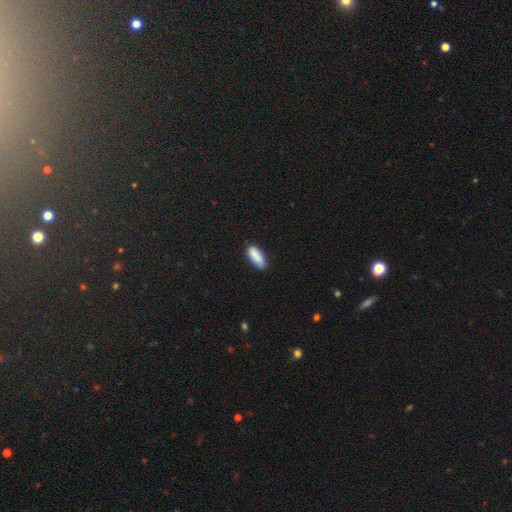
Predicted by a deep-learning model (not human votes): Q: Smooth or featured?
A: smooth (89%); runner-up: star or artifact (6%)
Q: How rounded?
A: in between (66%); runner-up: cigar-shaped (33%)
Q: Merging?
A: none (81%); runner-up: minor disturbance (15%)